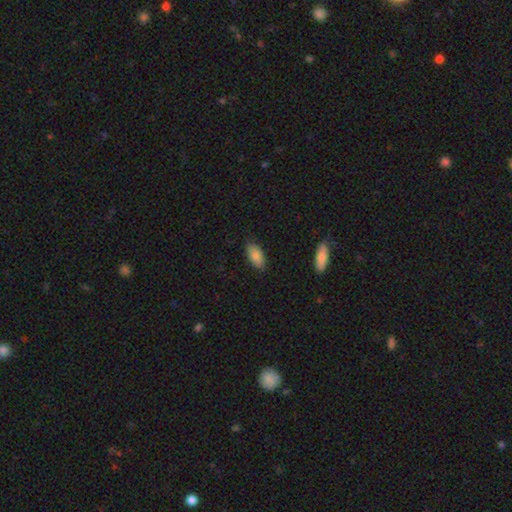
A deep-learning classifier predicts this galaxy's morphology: Overall: smooth (83%). How rounded: in between (91%). Merging: none (82%).